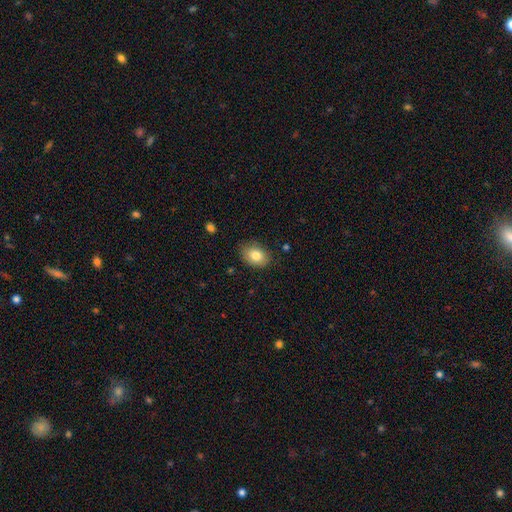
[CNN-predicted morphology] Smooth or featured? Predicted: smooth (p=0.82). How rounded? Predicted: in between (p=0.73). Merging? Predicted: none (p=0.80).